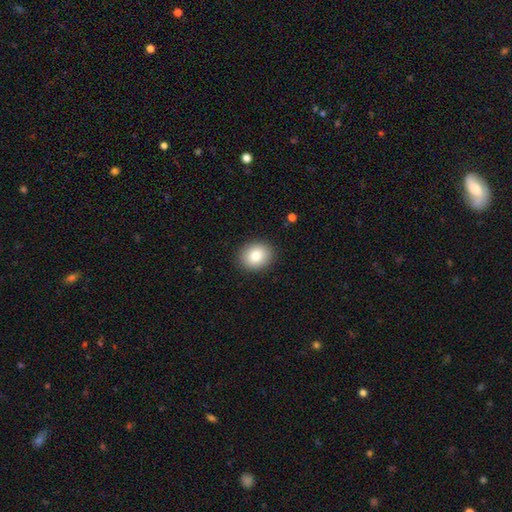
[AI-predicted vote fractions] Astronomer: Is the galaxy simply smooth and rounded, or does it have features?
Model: smooth — 84%.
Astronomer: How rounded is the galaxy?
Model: round — 63%.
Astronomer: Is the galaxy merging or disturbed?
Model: none — 90%.